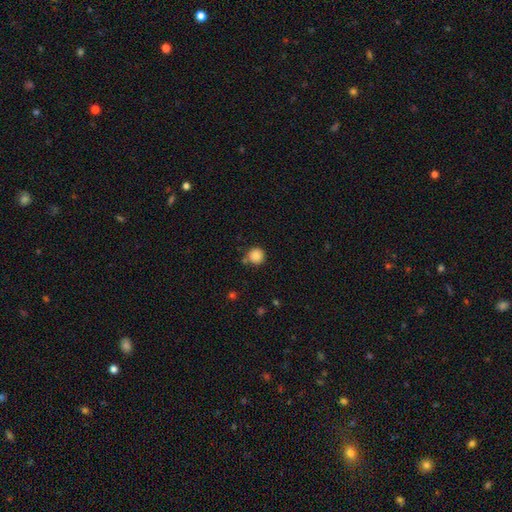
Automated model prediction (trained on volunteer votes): Morphology: type=smooth (87%); roundness=round (94%); merging=none (77%).